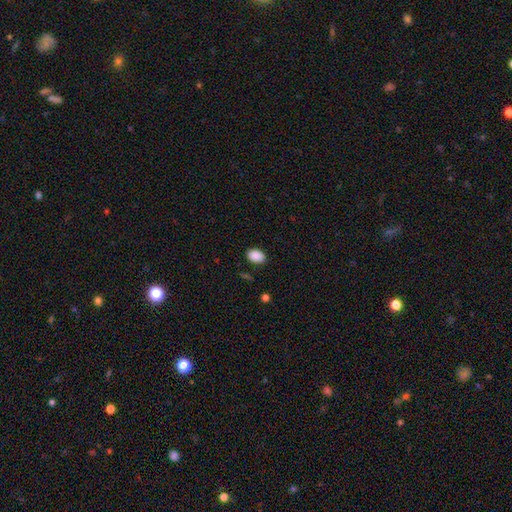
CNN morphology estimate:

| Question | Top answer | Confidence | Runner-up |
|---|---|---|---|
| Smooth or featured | smooth | 90% | star or artifact (8%) |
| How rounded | in between | 85% | round (14%) |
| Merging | none | 88% | minor disturbance (9%) |